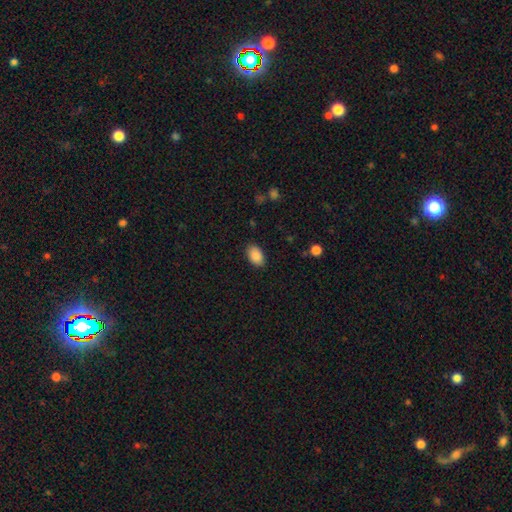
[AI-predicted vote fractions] A smooth galaxy with no disk features (89%) that is in between round and cigar-shaped (90%).

Vote fractions:
- Smooth or featured? smooth: 89% / star or artifact: 7% / featured or disk: 3%
- How rounded? in between: 90% / round: 9% / cigar-shaped: 1%
- Merging? none: 87% / minor disturbance: 9% / major disturbance: 2% / merger: 1%